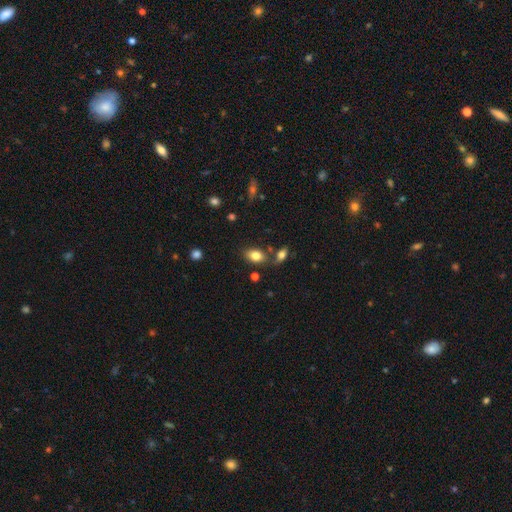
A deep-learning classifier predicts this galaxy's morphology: This is clearly a smooth galaxy (82%). How rounded: clearly in between (85%). Merging: likely none (71%).